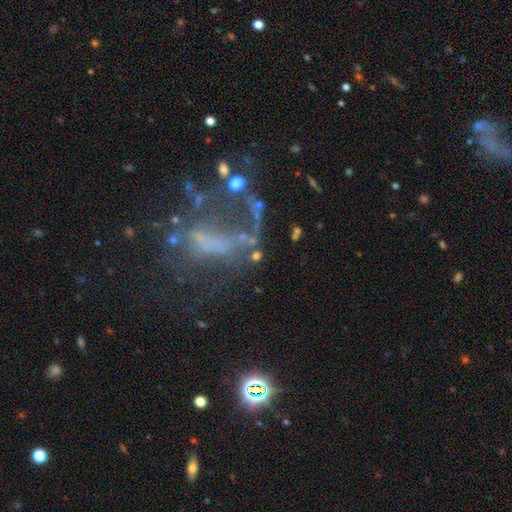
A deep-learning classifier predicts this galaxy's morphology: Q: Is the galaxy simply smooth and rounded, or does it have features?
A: featured or disk — 35%.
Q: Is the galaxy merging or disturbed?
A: none — 48%.